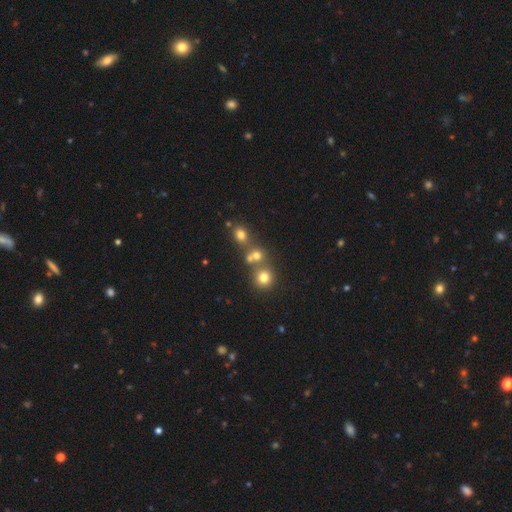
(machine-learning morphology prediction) A smooth galaxy with no disk features (68%) that is round (83%).

Vote fractions:
- Smooth or featured? smooth: 68% / star or artifact: 20% / featured or disk: 12%
- How rounded? round: 83% / in between: 16% / cigar-shaped: 1%
- Merging? none: 54% / merger: 35% / minor disturbance: 7% / major disturbance: 4%